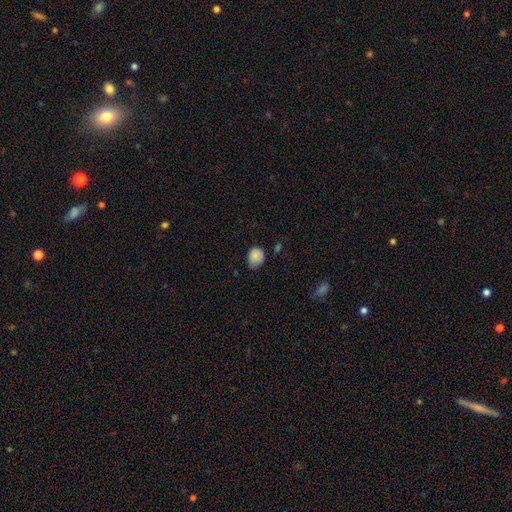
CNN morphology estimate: Smooth or featured?
  - smooth: 85% *
  - star or artifact: 9%
  - featured or disk: 6%
How rounded?
  - round: 59% *
  - in between: 40%
  - cigar-shaped: 1%
Merging?
  - none: 53% *
  - minor disturbance: 39%
  - major disturbance: 6%
  - merger: 2%